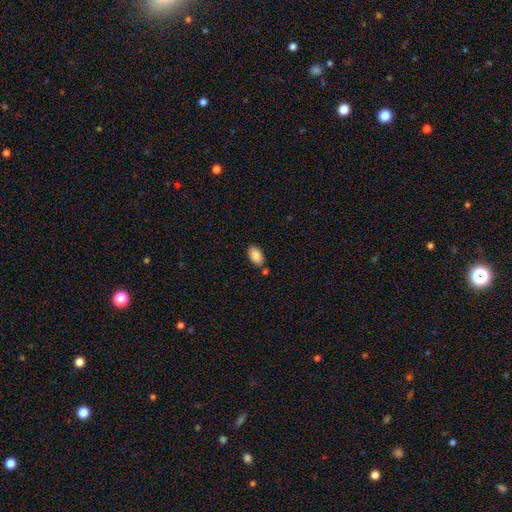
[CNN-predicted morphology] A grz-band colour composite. It shows a smooth galaxy with no disk features (86%) that is in between round and cigar-shaped (94%). Merging: none (76%).